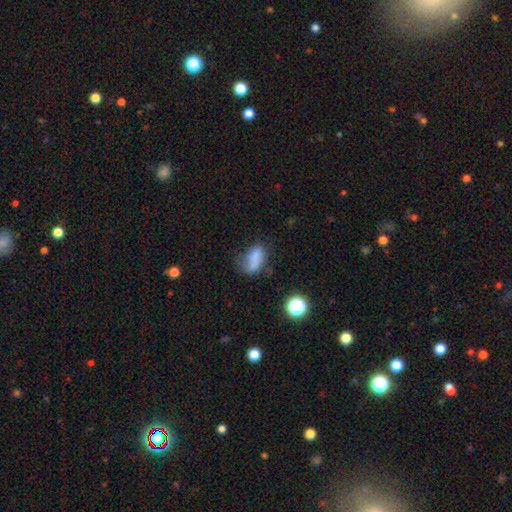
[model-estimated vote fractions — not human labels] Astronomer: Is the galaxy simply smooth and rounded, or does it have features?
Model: smooth — 67%.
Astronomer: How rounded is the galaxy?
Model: in between — 83%.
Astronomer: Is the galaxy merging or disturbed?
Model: none — 36% (runner-up: minor disturbance, 29%).